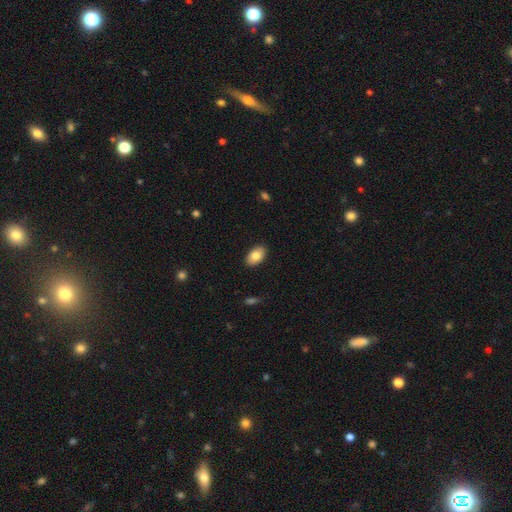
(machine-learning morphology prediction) Smooth or featured: smooth — 82% (featured or disk — 11%)
How rounded: in between — 92% (round — 7%)
Merging: none — 89% (minor disturbance — 8%)